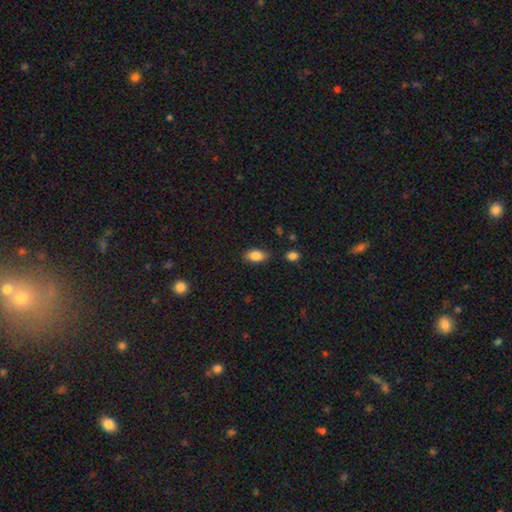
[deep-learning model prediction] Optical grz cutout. It shows a smooth galaxy with no disk features (82%) that is in between round and cigar-shaped (88%). Merging: none (83%).